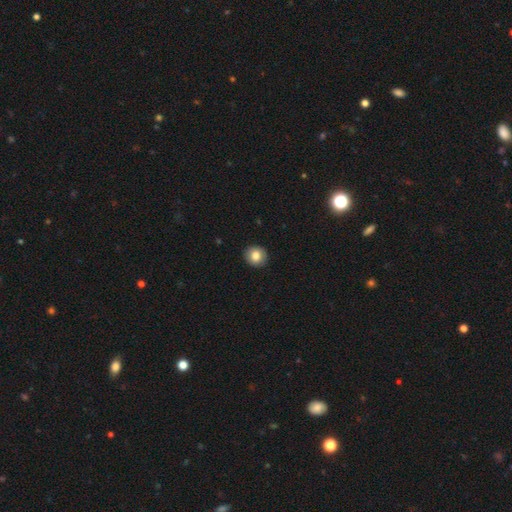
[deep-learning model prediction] smooth-or-featured: smooth: 82% | featured or disk: 10% | star or artifact: 8%
  how-rounded: round: 87% | in between: 12% | cigar-shaped: 1%
  merging: none: 91% | minor disturbance: 6% | major disturbance: 2% | merger: 1%